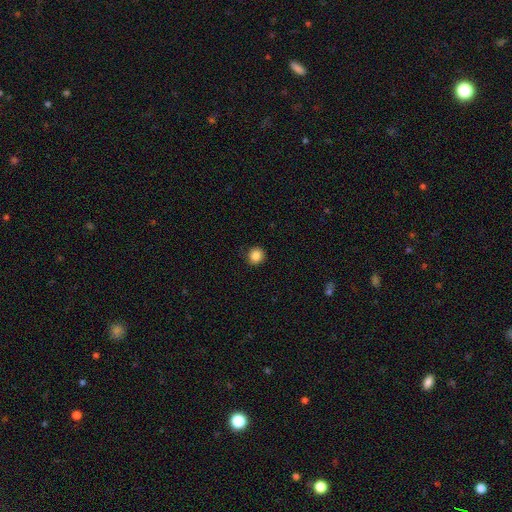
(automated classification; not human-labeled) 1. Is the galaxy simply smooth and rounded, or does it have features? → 87% smooth, 10% star or artifact, 4% featured or disk.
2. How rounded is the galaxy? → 90% round, 10% in between, 1% cigar-shaped.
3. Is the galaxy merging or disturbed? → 90% none, 7% minor disturbance, 2% major disturbance, 1% merger.